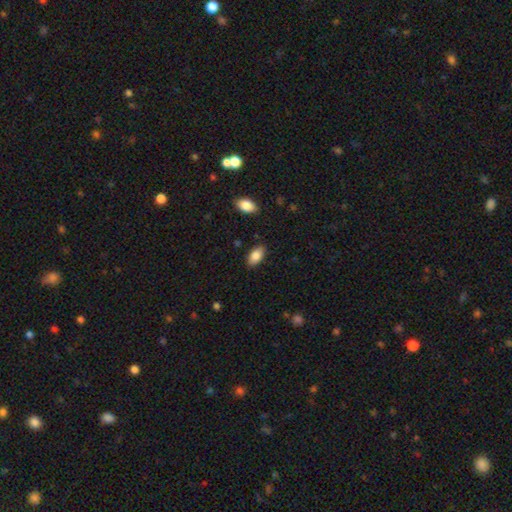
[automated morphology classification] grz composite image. It shows a smooth galaxy with no disk features (86%) that is in between round and cigar-shaped (93%). Merging: none (86%).